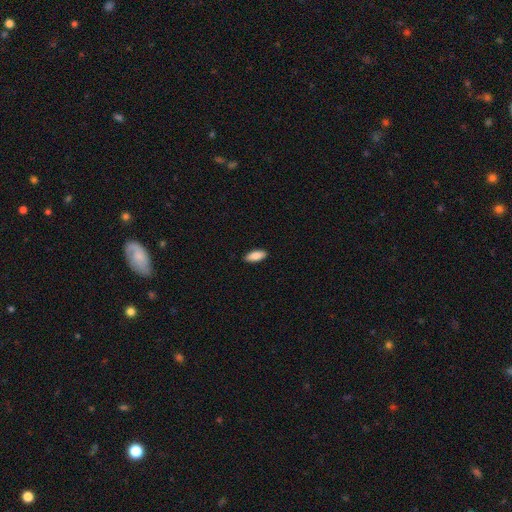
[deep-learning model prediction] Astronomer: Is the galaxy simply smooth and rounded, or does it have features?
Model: smooth — 89%.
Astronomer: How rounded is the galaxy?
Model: in between — 82%.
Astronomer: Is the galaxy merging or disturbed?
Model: none — 90%.